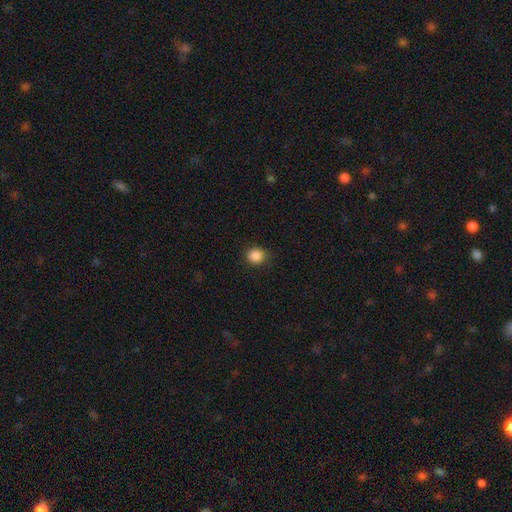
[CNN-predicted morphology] Q: Smooth or featured?
A: smooth (87%); runner-up: star or artifact (10%)
Q: How rounded?
A: round (83%); runner-up: in between (16%)
Q: Merging?
A: none (88%); runner-up: minor disturbance (9%)